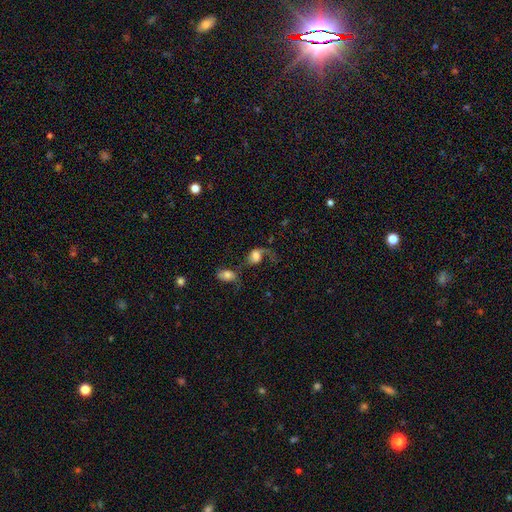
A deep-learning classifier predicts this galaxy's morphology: A smooth galaxy with no disk features (51%) that is in between round and cigar-shaped (58%). Merging: major disturbance (42%).